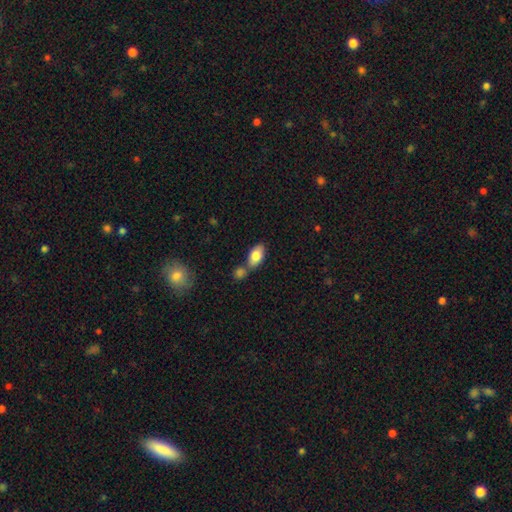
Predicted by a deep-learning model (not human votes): smooth_or_featured: smooth (p=0.80) [alt: featured or disk p=0.13]
how_rounded: in between (p=0.90) [alt: round p=0.06]
merging: none (p=0.52) [alt: merger p=0.33]